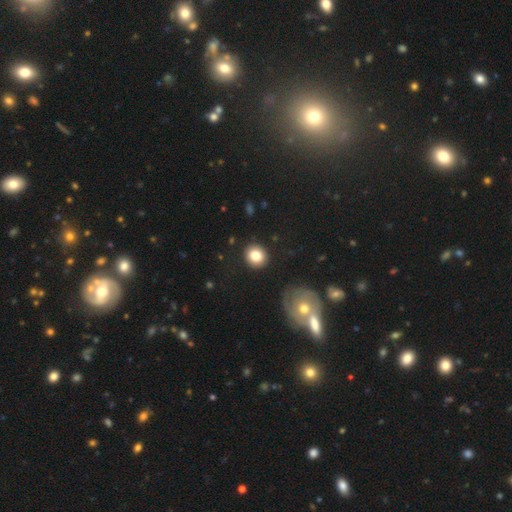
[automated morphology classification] Smooth or featured? Predicted: smooth (p=0.83). How rounded? Predicted: round (p=0.84). Merging? Predicted: none (p=0.90).